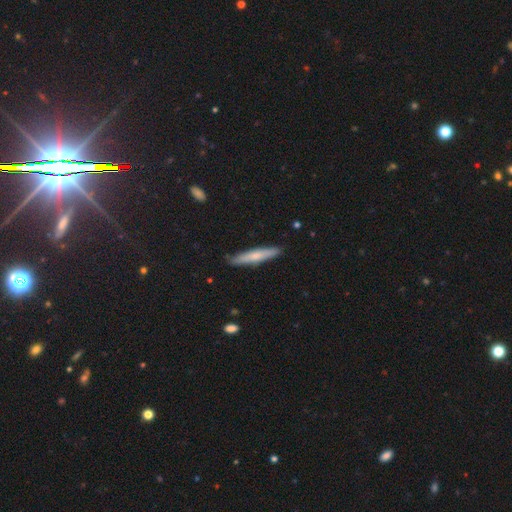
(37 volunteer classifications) Smooth or featured? featured or disk (57%)
Edge-on disk? yes (90%)
Edge-on bulge? rounded (74%)
Merging? none (92%)